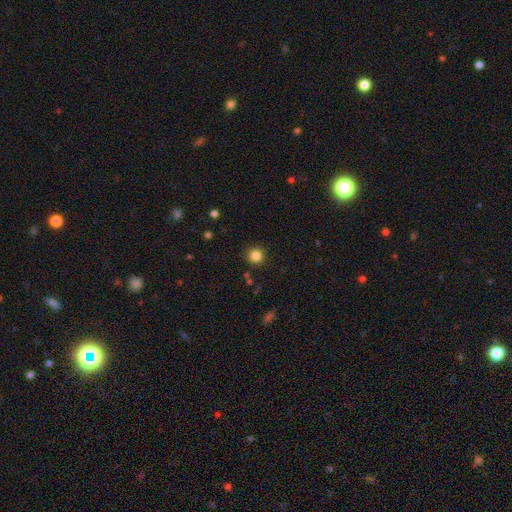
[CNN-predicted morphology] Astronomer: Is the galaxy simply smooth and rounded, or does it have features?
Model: smooth — 84%.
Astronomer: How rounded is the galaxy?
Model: round — 95%.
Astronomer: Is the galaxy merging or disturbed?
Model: none — 90%.